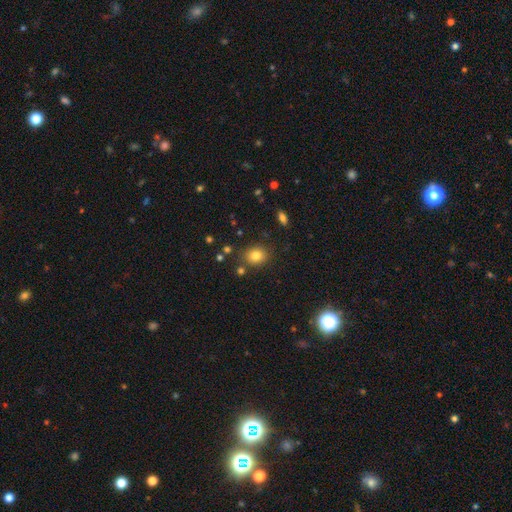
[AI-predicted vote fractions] This appears to be a smooth galaxy with no disk features (81%) that is round (59%). Merging: none (82%).